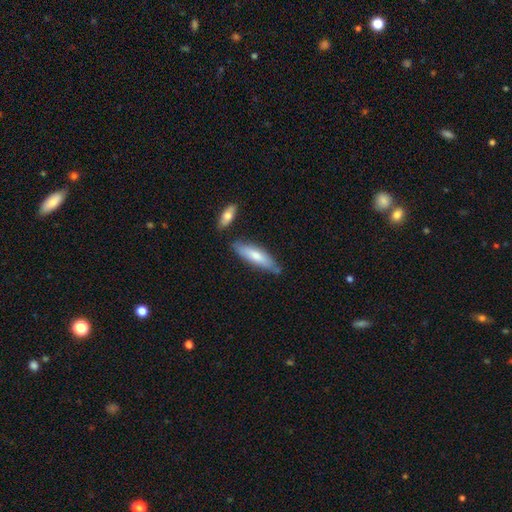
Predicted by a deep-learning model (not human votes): This is likely a smooth galaxy (69%). How rounded: likely cigar-shaped (63%). Merging: likely none (70%).